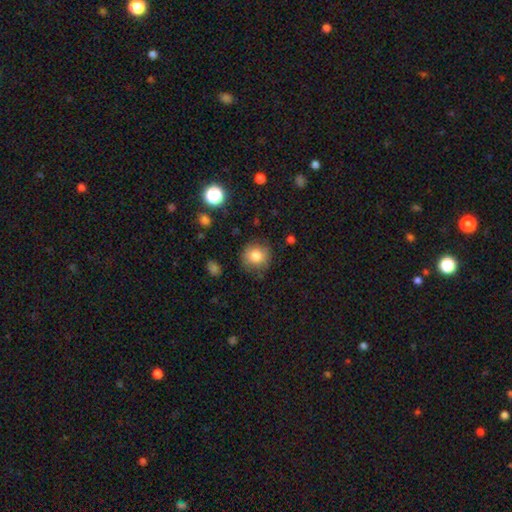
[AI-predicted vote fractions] Q: Smooth or featured?
A: smooth (81%); runner-up: star or artifact (10%)
Q: How rounded?
A: round (88%); runner-up: in between (11%)
Q: Merging?
A: none (79%); runner-up: minor disturbance (15%)